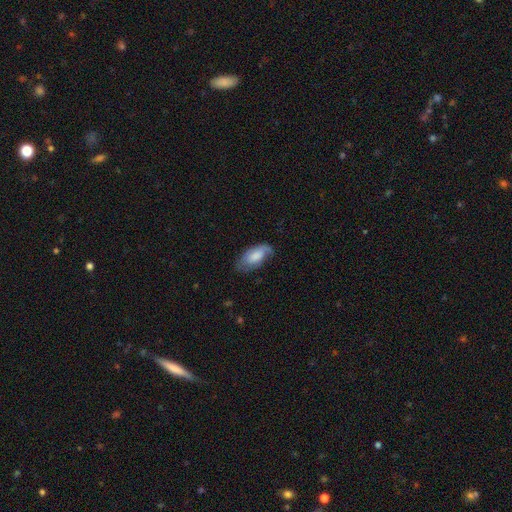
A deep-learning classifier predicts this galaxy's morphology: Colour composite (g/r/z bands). It shows a smooth galaxy with no disk features (63%) that is in between round and cigar-shaped (91%). Merging: none (57%).